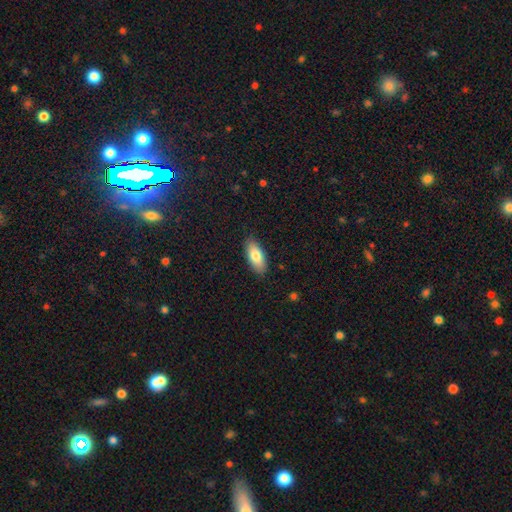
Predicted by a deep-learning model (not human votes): This appears to be a smooth galaxy with no disk features (79%) that is in between round and cigar-shaped (84%). Merging: none (87%).